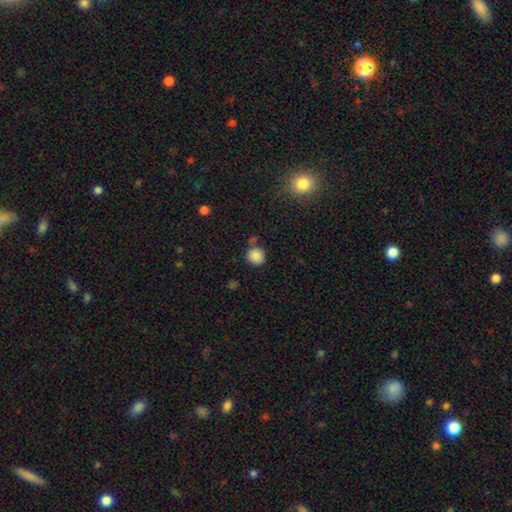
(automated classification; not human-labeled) This is clearly a smooth galaxy (85%). How rounded: clearly round (89%). Merging: likely none (71%).